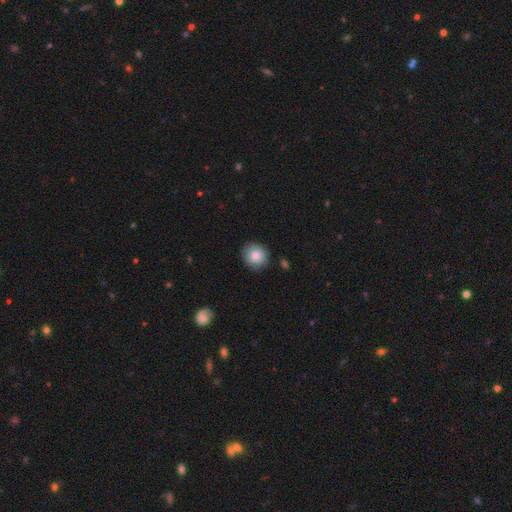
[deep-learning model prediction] smooth 83%, featured or disk 10%, star or artifact 7%. Down the decision tree: how rounded — round (85%); merging — none (83%).